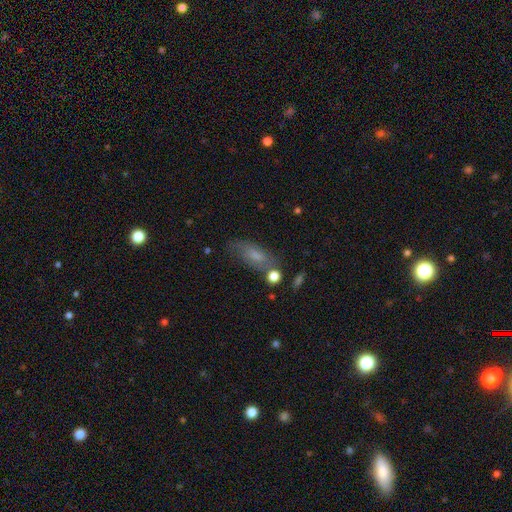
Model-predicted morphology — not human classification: This appears to be a smooth galaxy with no disk features (64%) that is in between round and cigar-shaped (72%). Merging: none (61%).